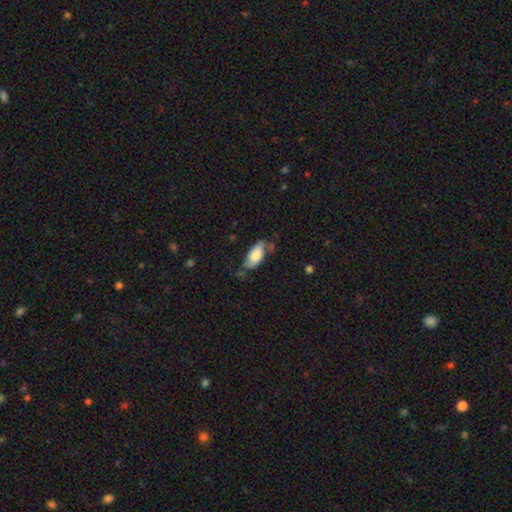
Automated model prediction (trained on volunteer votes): Smooth or featured? Predicted: smooth (p=0.68). How rounded? Predicted: in between (p=0.89). Merging? Predicted: none (p=0.52).